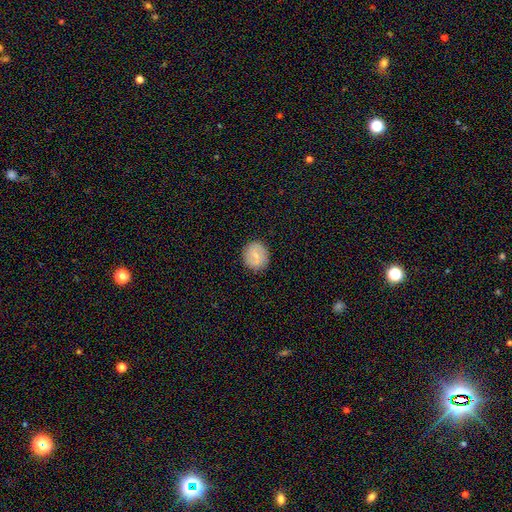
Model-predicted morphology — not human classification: A smooth galaxy with no disk features (72%) that is round (85%).

Vote fractions:
- Smooth or featured? smooth: 72% / featured or disk: 20% / star or artifact: 8%
- How rounded? round: 85% / in between: 14% / cigar-shaped: 1%
- Merging? none: 89% / minor disturbance: 8% / major disturbance: 2% / merger: 1%